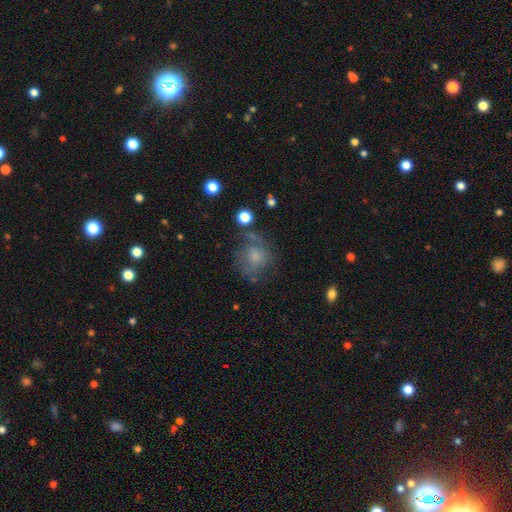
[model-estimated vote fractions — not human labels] A smooth galaxy with no disk features (49%).

Vote fractions:
- Smooth or featured? smooth: 49% / featured or disk: 30% / star or artifact: 20%
- Merging? none: 62% / minor disturbance: 20% / major disturbance: 13% / merger: 5%